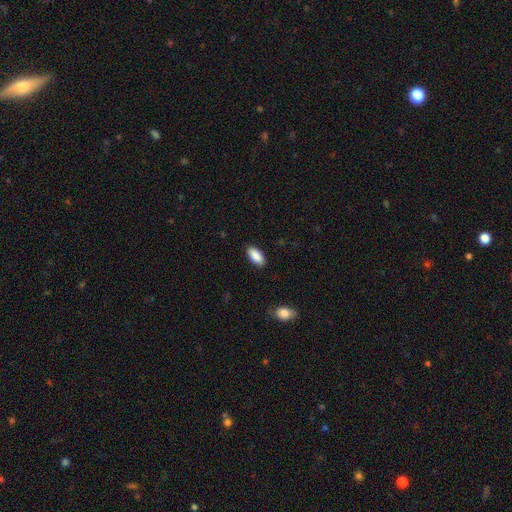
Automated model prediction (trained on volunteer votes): smooth-or-featured: smooth: 89% | star or artifact: 6% | featured or disk: 4%
  how-rounded: in between: 91% | cigar-shaped: 7% | round: 2%
  merging: none: 87% | minor disturbance: 10% | major disturbance: 2% | merger: 1%